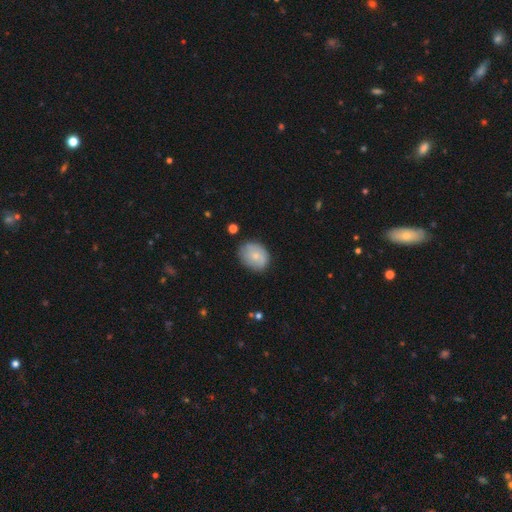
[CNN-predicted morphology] This appears to be a smooth galaxy with no disk features (62%) that is in between round and cigar-shaped (54%). Merging: none (73%).